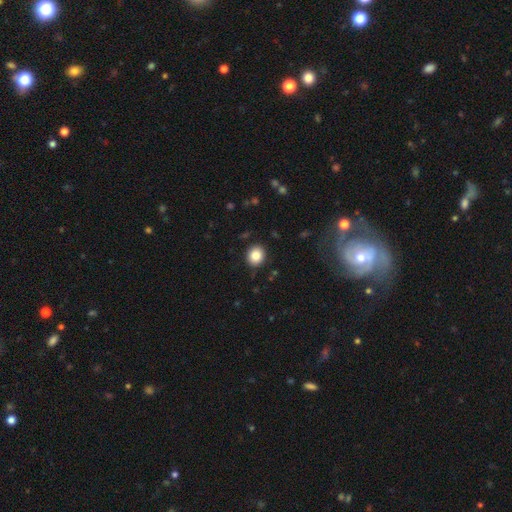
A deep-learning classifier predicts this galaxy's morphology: smooth_or_featured: smooth (p=0.85) [alt: star or artifact p=0.09]
how_rounded: round (p=0.80) [alt: in between p=0.19]
merging: none (p=0.90) [alt: minor disturbance p=0.07]